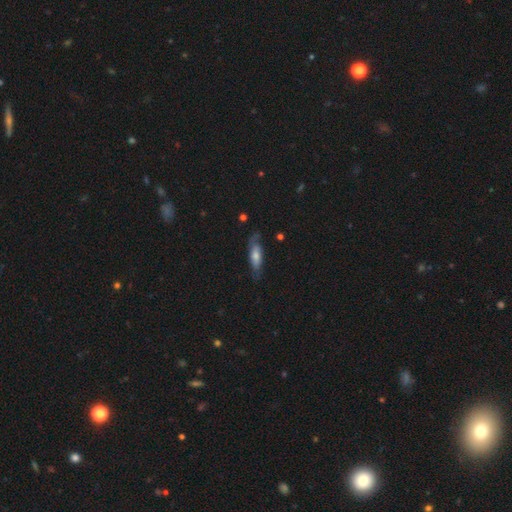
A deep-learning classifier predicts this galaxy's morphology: The model was most divided on "smooth or featured": featured or disk: 48%, smooth: 45%, star or artifact: 7%. More confident: merging — none (70%).